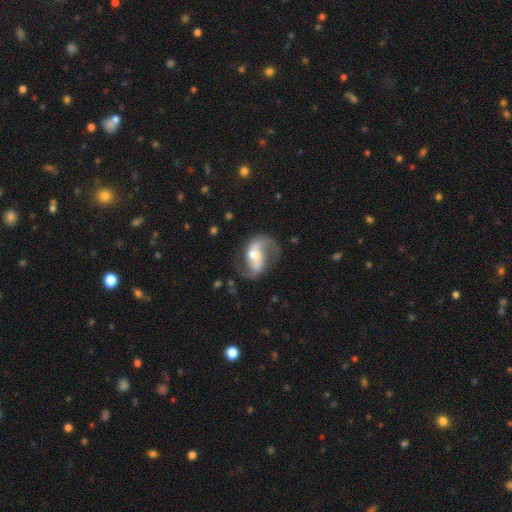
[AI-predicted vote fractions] Smooth or featured?
  - featured or disk: 88% *
  - smooth: 6%
  - star or artifact: 5%
Edge-on disk?
  - no: 97% *
  - yes: 3%
Bar?
  - weak: 43% *
  - strong: 31%
  - no: 26%
Spiral arms?
  - yes: 96% *
  - no: 4%
Spiral winding?
  - loose: 53% *
  - medium: 39%
  - tight: 8%
Spiral arm count?
  - 2: 91% *
  - 1: 3%
  - can't tell: 2%
  - 3: 1%
  - 4: 1%
  - more than 4: 1%
Bulge size?
  - moderate: 54% *
  - small: 25%
  - large: 14%
  - none: 5%
  - dominant: 2%
Merging?
  - none: 71% *
  - minor disturbance: 16%
  - major disturbance: 11%
  - merger: 3%